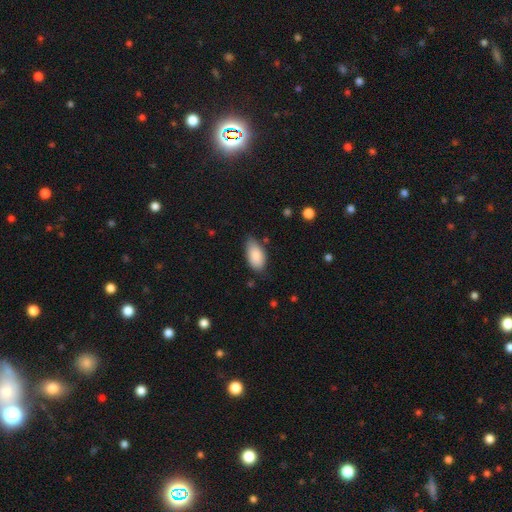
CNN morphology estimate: Smooth or featured? Predicted: smooth (p=0.86). How rounded? Predicted: in between (p=0.93). Merging? Predicted: none (p=0.66).